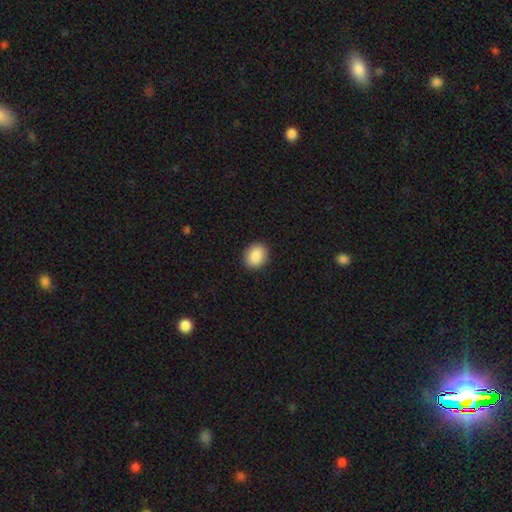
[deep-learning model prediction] smooth_or_featured: smooth (p=0.89) [alt: star or artifact p=0.07]
how_rounded: round (p=0.55) [alt: in between p=0.44]
merging: none (p=0.90) [alt: minor disturbance p=0.07]